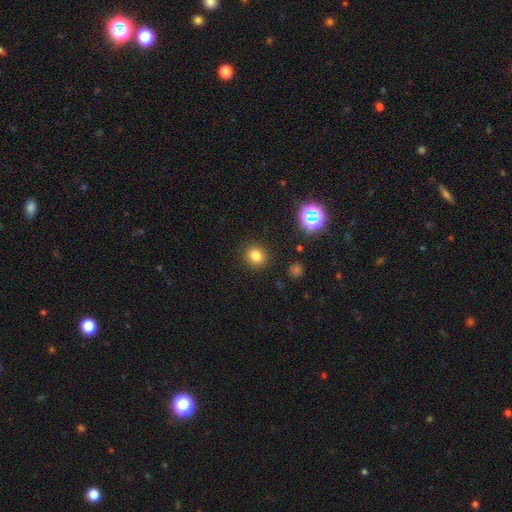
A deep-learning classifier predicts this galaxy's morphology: Smooth or featured? smooth (79%)
How rounded? round (71%)
Merging? none (89%)